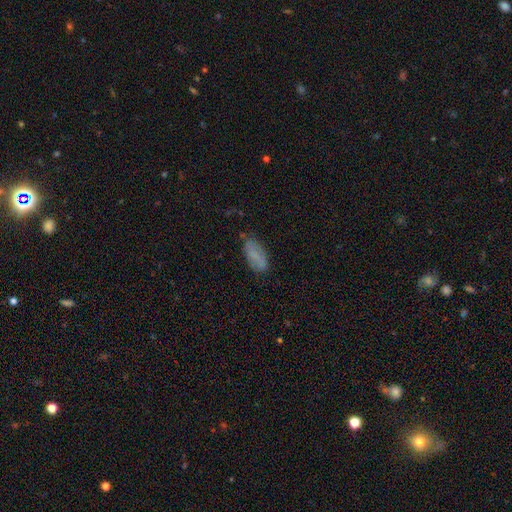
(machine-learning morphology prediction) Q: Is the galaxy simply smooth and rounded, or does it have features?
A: smooth — 70%.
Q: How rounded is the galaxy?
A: in between — 87%.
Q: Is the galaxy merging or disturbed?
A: none — 72%.